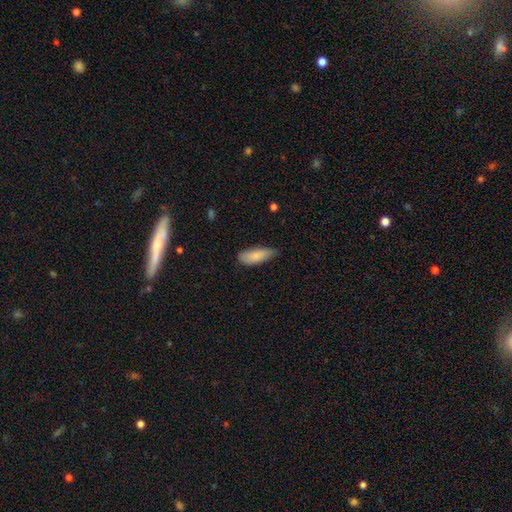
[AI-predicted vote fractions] This is clearly a smooth galaxy (86%). How rounded: likely in between (69%). Merging: likely none (67%).